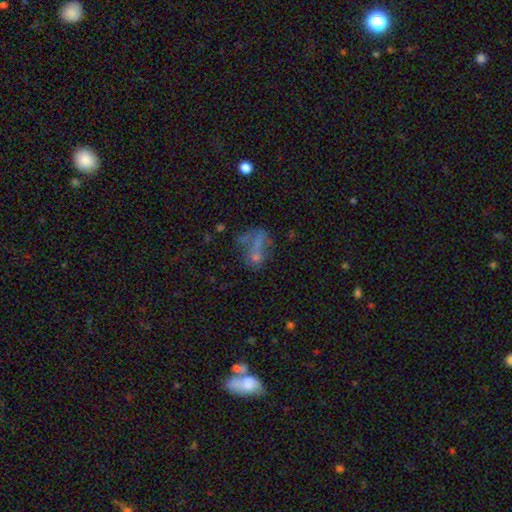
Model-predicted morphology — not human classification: type=smooth (44%); merging=none (33%).